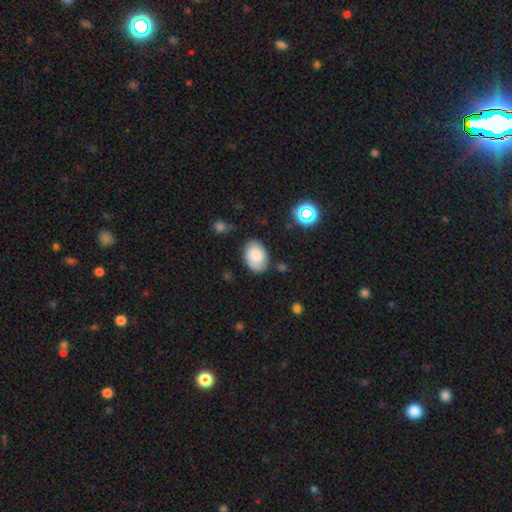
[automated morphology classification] smooth 74%, featured or disk 17%, star or artifact 9%. Down the decision tree: how rounded — in between (81%); merging — none (73%).